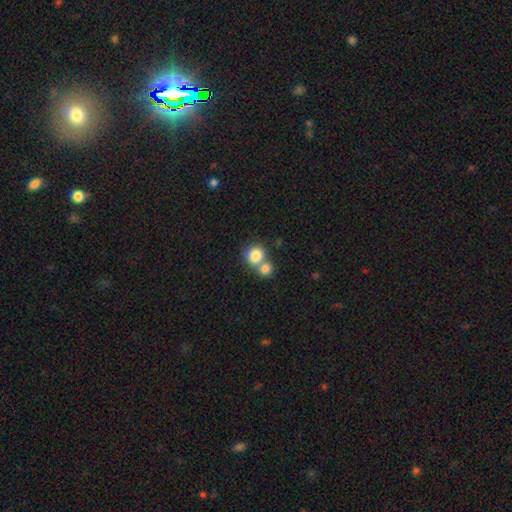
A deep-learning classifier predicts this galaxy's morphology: Smooth or featured? Predicted: smooth (p=0.83). How rounded? Predicted: round (p=0.84). Merging? Predicted: merger (p=0.51).